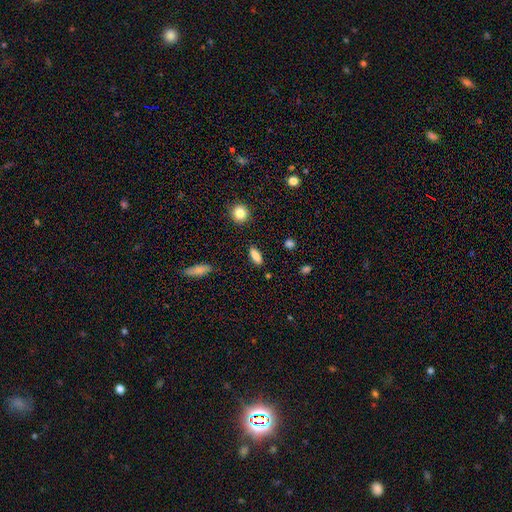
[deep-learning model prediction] Smooth or featured? Predicted: smooth (p=0.83). How rounded? Predicted: in between (p=0.68). Merging? Predicted: none (p=0.87).